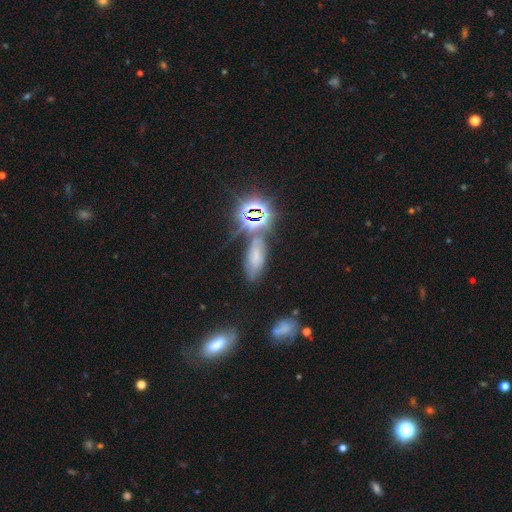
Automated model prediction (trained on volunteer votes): Smooth or featured? Predicted: smooth (p=0.41). Merging? Predicted: none (p=0.56).